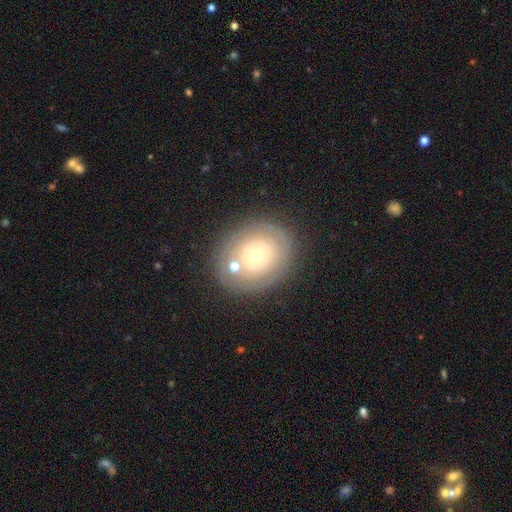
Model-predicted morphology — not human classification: smooth_or_featured: featured or disk (p=0.46) [alt: smooth p=0.45]
merging: none (p=0.72) [alt: minor disturbance p=0.14]